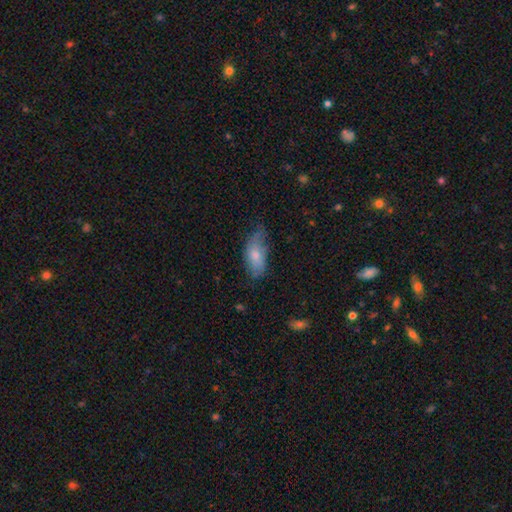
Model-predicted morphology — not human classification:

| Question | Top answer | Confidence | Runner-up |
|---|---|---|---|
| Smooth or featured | smooth | 69% | featured or disk (24%) |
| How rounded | in between | 84% | cigar-shaped (13%) |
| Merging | none | 54% | minor disturbance (33%) |